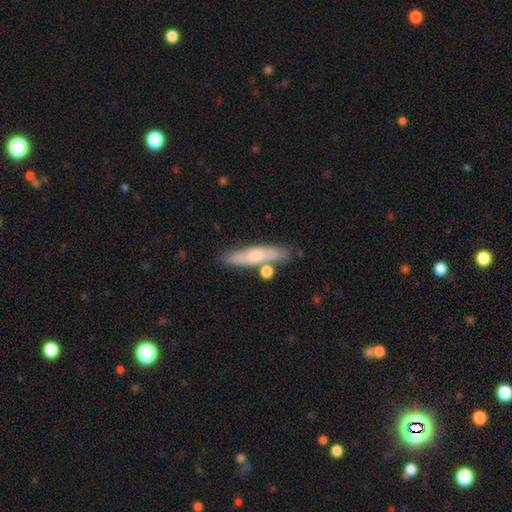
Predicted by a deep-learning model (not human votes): The model was most divided on "smooth or featured": smooth: 51%, featured or disk: 43%, star or artifact: 7%. More confident: how rounded — cigar-shaped (78%); merging — none (73%).